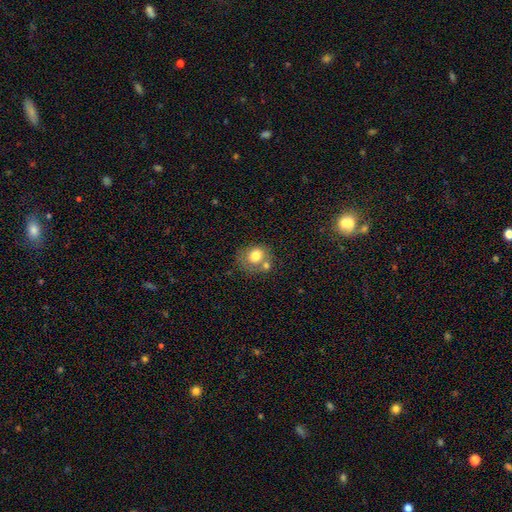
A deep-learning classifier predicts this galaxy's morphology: Smooth or featured? smooth (75%)
How rounded? round (69%)
Merging? none (48%)